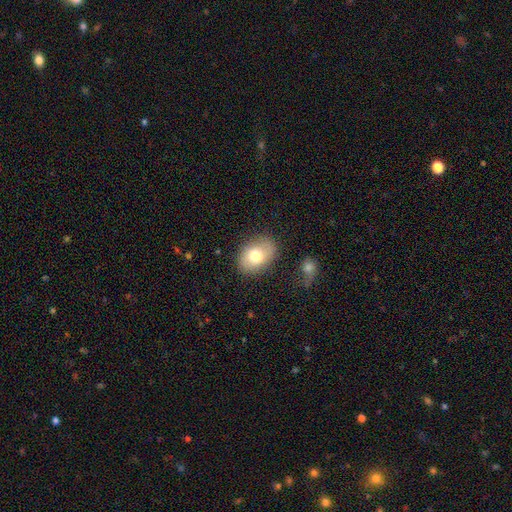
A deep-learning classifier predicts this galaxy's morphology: This appears to be a smooth galaxy with no disk features (75%) that is in between round and cigar-shaped (76%). Merging: none (79%).